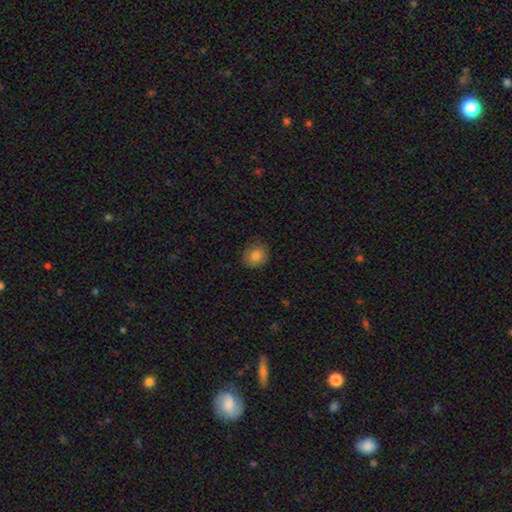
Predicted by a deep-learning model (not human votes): Overall: smooth (83%). How rounded: round (75%). Merging: none (79%).